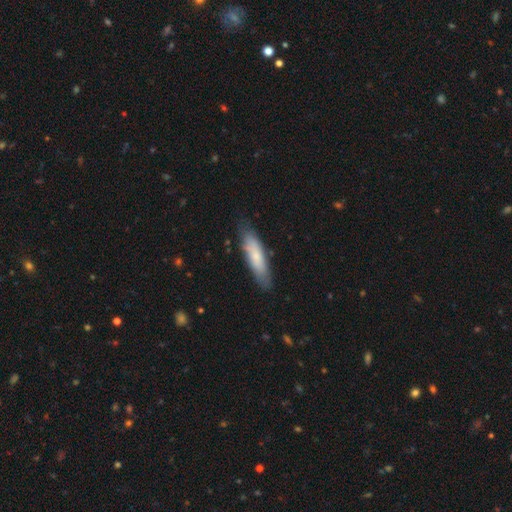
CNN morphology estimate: Smooth or featured? smooth (71%)
How rounded? cigar-shaped (72%)
Merging? none (80%)